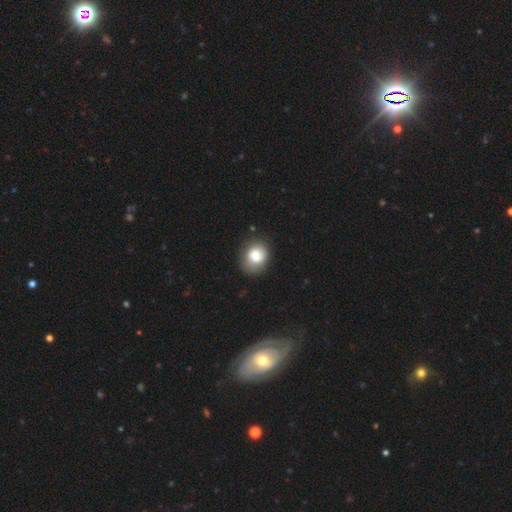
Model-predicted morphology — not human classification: Smooth or featured?
  - smooth: 80% *
  - featured or disk: 12%
  - star or artifact: 8%
How rounded?
  - round: 65% *
  - in between: 34%
  - cigar-shaped: 1%
Merging?
  - none: 74% *
  - minor disturbance: 18%
  - major disturbance: 5%
  - merger: 2%